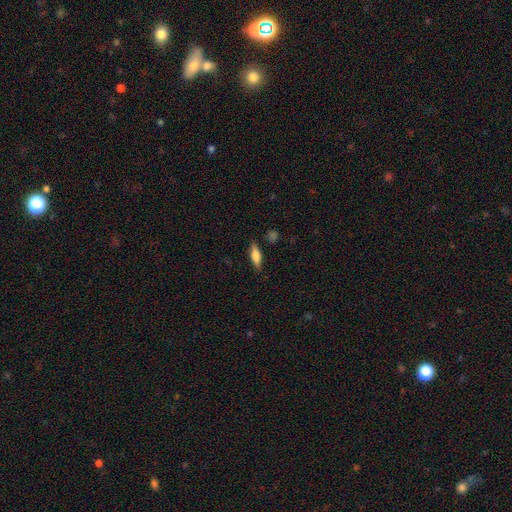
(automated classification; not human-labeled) Q: Smooth or featured?
A: smooth (64%); runner-up: featured or disk (29%)
Q: How rounded?
A: cigar-shaped (53%); runner-up: in between (45%)
Q: Merging?
A: none (84%); runner-up: minor disturbance (11%)